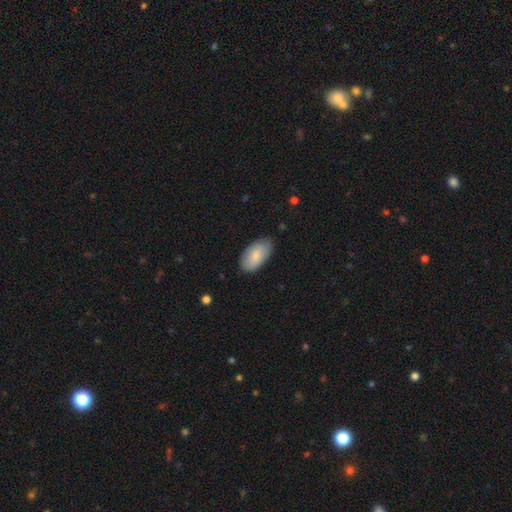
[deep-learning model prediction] Smooth or featured? smooth (83%)
How rounded? in between (95%)
Merging? none (81%)